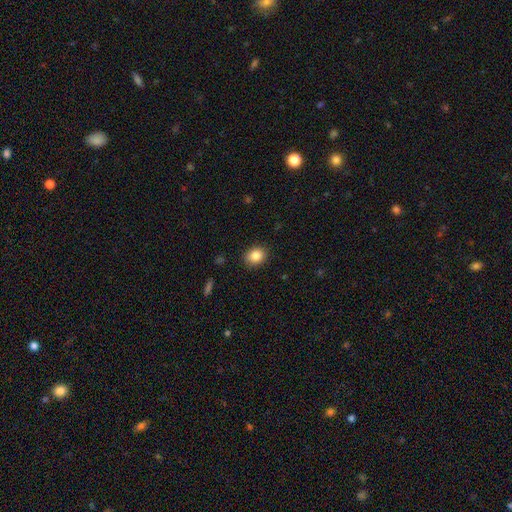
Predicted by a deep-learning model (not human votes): Smooth or featured?
  - smooth: 85% *
  - star or artifact: 9%
  - featured or disk: 6%
How rounded?
  - round: 53% *
  - in between: 46%
  - cigar-shaped: 1%
Merging?
  - none: 88% *
  - minor disturbance: 9%
  - major disturbance: 2%
  - merger: 1%